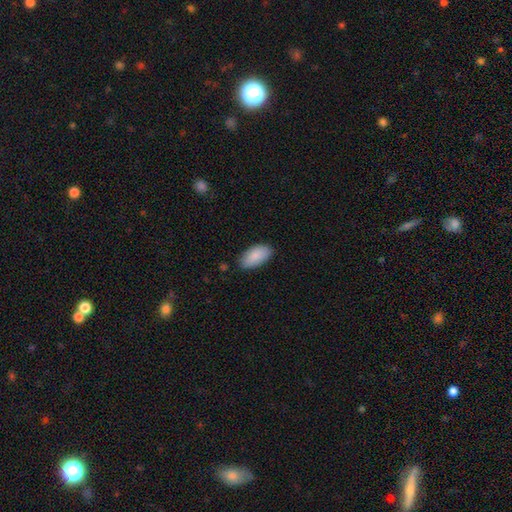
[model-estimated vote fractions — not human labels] This is clearly a smooth galaxy (87%). How rounded: clearly in between (94%). Merging: clearly none (81%).